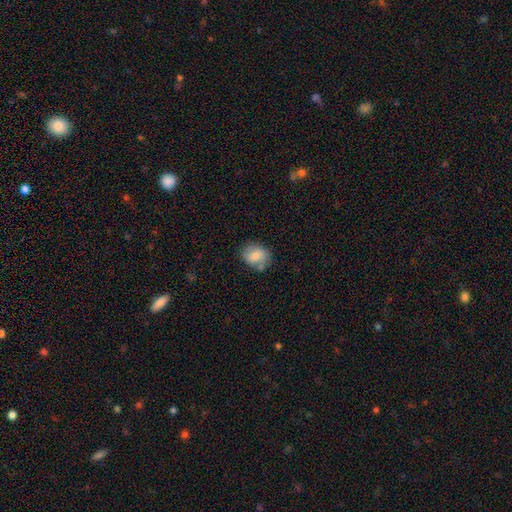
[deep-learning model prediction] Q: Smooth or featured?
A: smooth (76%); runner-up: featured or disk (16%)
Q: How rounded?
A: in between (52%); runner-up: round (47%)
Q: Merging?
A: none (68%); runner-up: minor disturbance (19%)